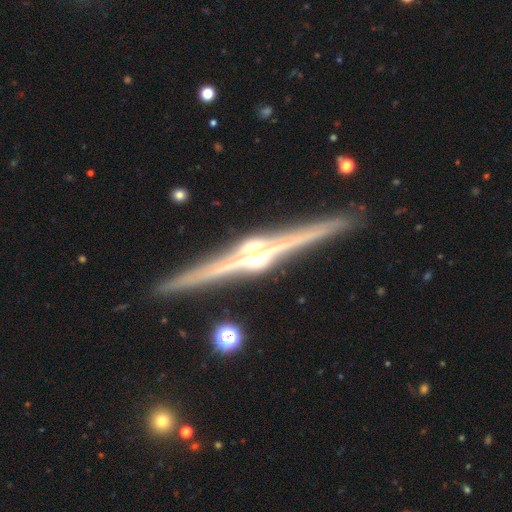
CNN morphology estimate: Smooth or featured: featured or disk — 89% (star or artifact — 6%)
Edge-on disk: yes — 98% (no — 2%)
Edge-on bulge: rounded — 91% (boxy — 6%)
Merging: none — 89% (minor disturbance — 7%)